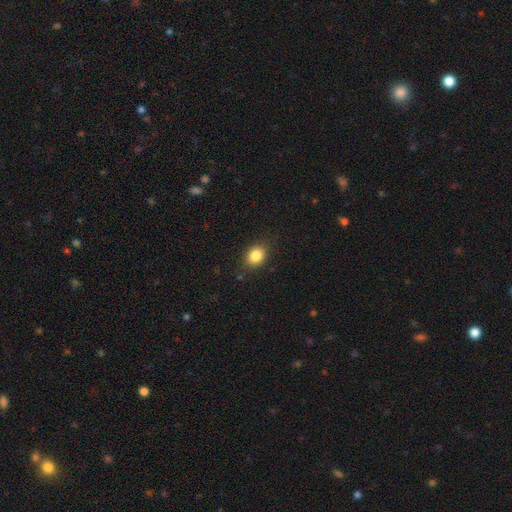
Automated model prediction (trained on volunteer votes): A smooth galaxy with no disk features (85%) that is in between round and cigar-shaped (55%). Merging: none (84%).